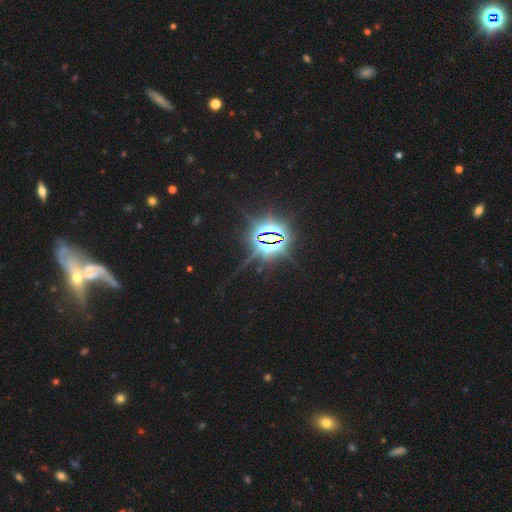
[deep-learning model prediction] Smooth or featured: star or artifact — 78% (featured or disk — 11%)